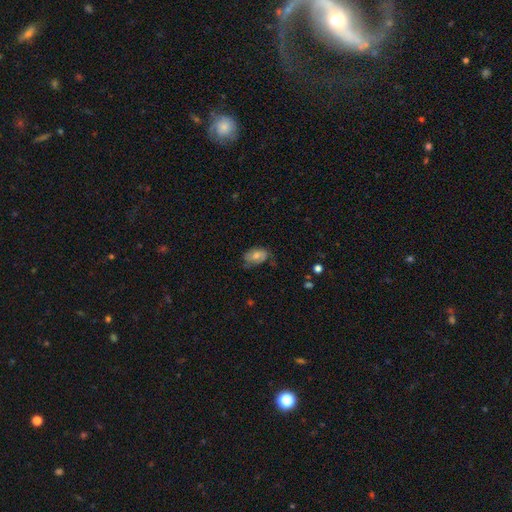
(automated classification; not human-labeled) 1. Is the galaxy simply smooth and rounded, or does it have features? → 62% smooth, 30% featured or disk, 8% star or artifact.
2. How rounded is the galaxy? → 87% in between, 11% round, 2% cigar-shaped.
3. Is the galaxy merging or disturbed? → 54% none, 33% minor disturbance, 11% major disturbance, 2% merger.